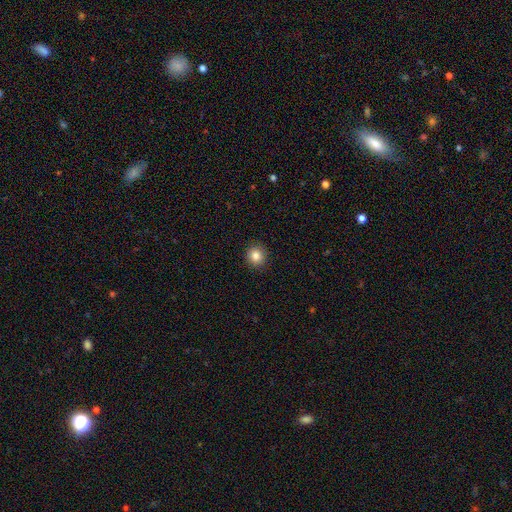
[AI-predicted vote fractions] Smooth or featured: smooth — 84% (star or artifact — 10%)
How rounded: round — 91% (in between — 8%)
Merging: none — 92% (minor disturbance — 5%)